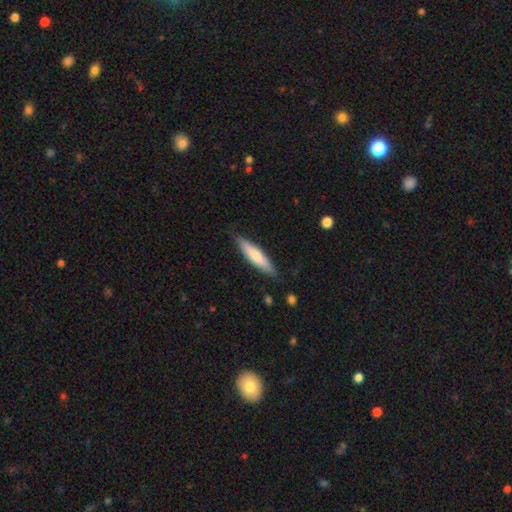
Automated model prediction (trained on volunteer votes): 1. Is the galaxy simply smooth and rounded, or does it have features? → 73% smooth, 22% featured or disk, 5% star or artifact.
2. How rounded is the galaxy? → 80% cigar-shaped, 19% in between, 1% round.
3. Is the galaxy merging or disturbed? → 84% none, 13% minor disturbance, 2% major disturbance, 1% merger.